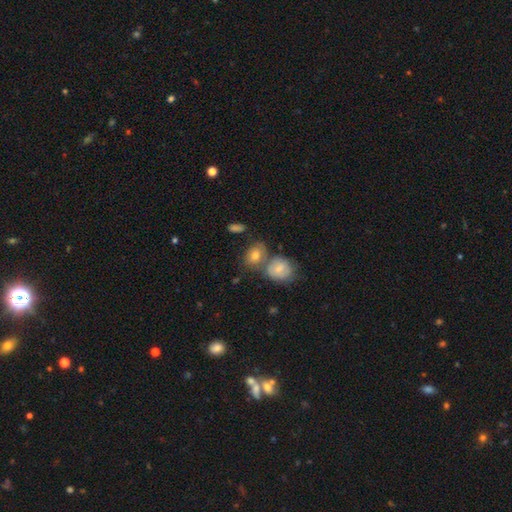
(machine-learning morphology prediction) Smooth or featured? Predicted: smooth (p=0.56). How rounded? Predicted: in between (p=0.54). Merging? Predicted: none (p=0.54).